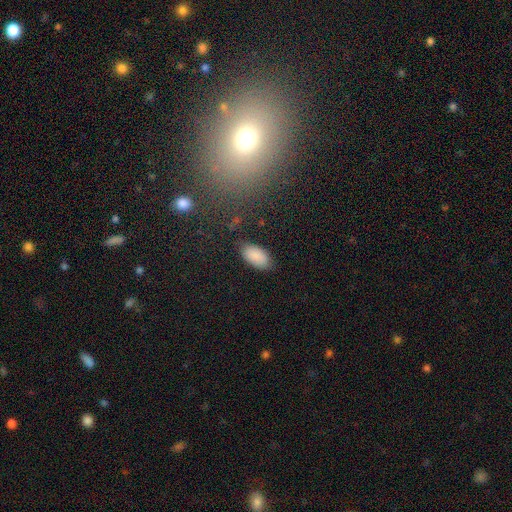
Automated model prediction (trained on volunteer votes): smooth-or-featured: smooth: 89% | star or artifact: 7% | featured or disk: 4%
  how-rounded: in between: 95% | round: 3% | cigar-shaped: 2%
  merging: none: 83% | minor disturbance: 12% | major disturbance: 3% | merger: 2%